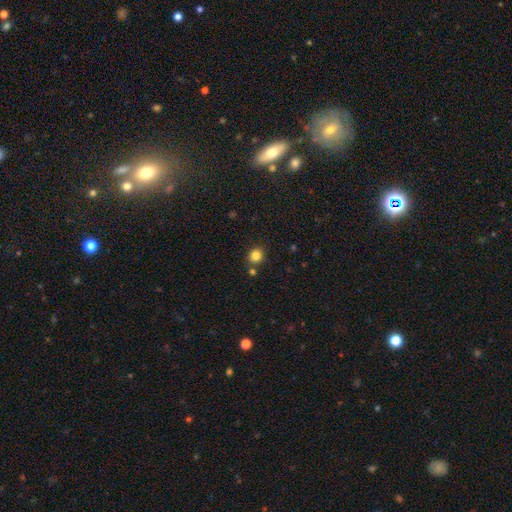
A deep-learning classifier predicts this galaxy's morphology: Overall: smooth (82%). How rounded: round (80%). Merging: none (80%).